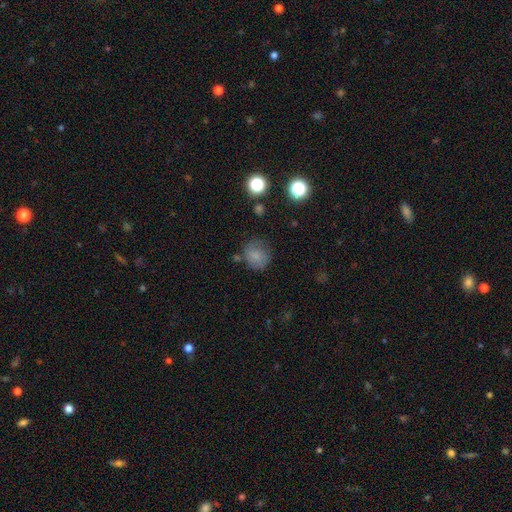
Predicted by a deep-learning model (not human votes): smooth_or_featured: smooth (p=0.76) [alt: star or artifact p=0.12]
how_rounded: round (p=0.80) [alt: in between p=0.19]
merging: none (p=0.63) [alt: minor disturbance p=0.23]